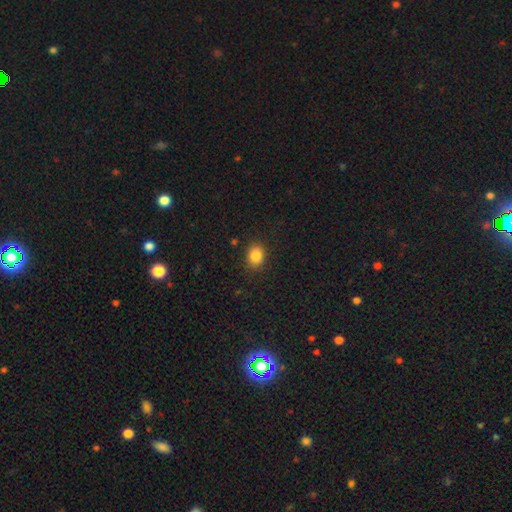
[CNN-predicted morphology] Smooth or featured? Predicted: smooth (p=0.85). How rounded? Predicted: round (p=0.51). Merging? Predicted: none (p=0.87).